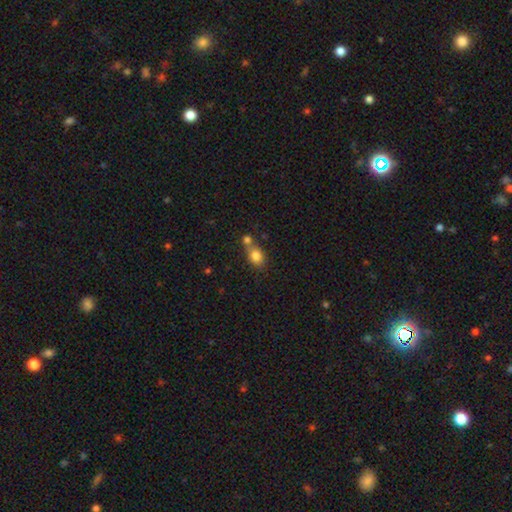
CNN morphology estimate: Smooth or featured? smooth (81%)
How rounded? in between (60%)
Merging? merger (43%)